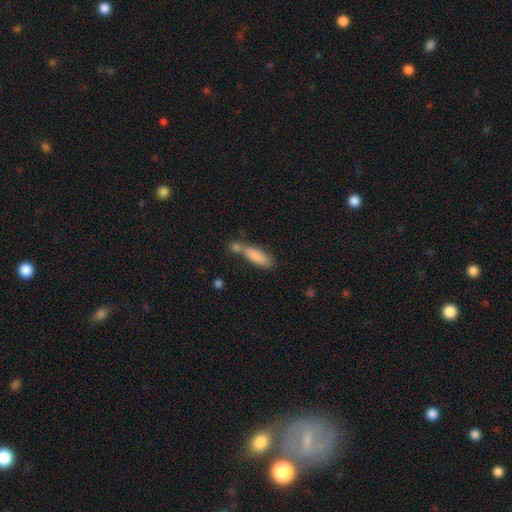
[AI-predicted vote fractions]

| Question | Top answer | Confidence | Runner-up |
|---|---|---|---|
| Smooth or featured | smooth | 83% | featured or disk (9%) |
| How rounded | in between | 51% | cigar-shaped (47%) |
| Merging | none | 41% | merger (36%) |